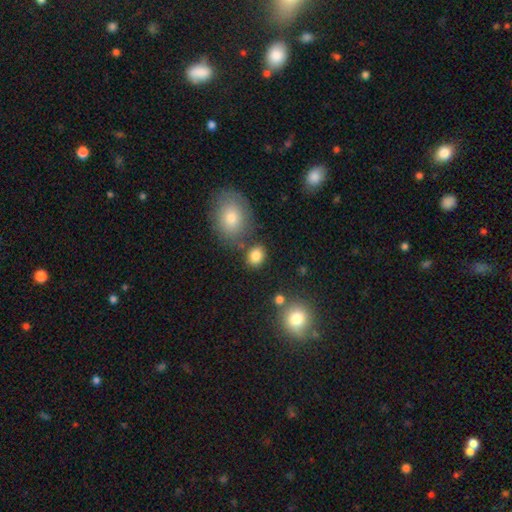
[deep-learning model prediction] This is clearly a smooth galaxy (84%). How rounded: possibly in between (51%). Merging: likely none (74%).